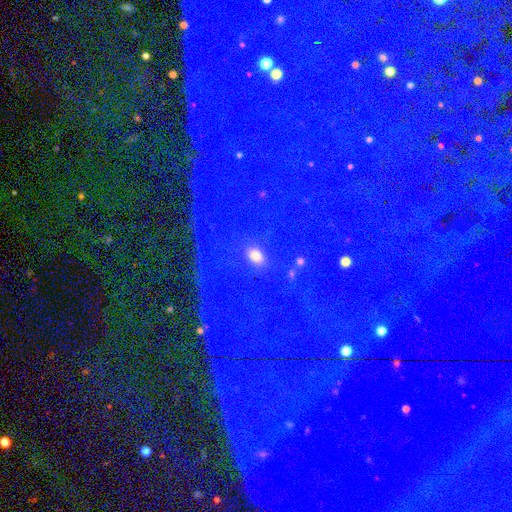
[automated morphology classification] star or artifact 46%, smooth 31%, featured or disk 23%.